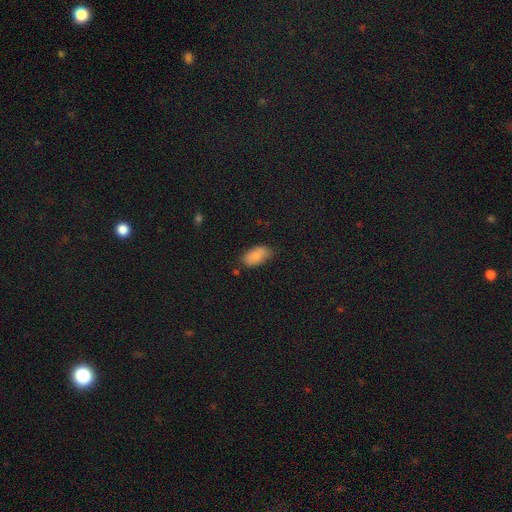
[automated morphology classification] A smooth galaxy with no disk features (86%) that is in between round and cigar-shaped (94%).

Vote fractions:
- Smooth or featured? smooth: 86% / star or artifact: 7% / featured or disk: 6%
- How rounded? in between: 94% / cigar-shaped: 3% / round: 3%
- Merging? none: 74% / minor disturbance: 20% / major disturbance: 4% / merger: 2%